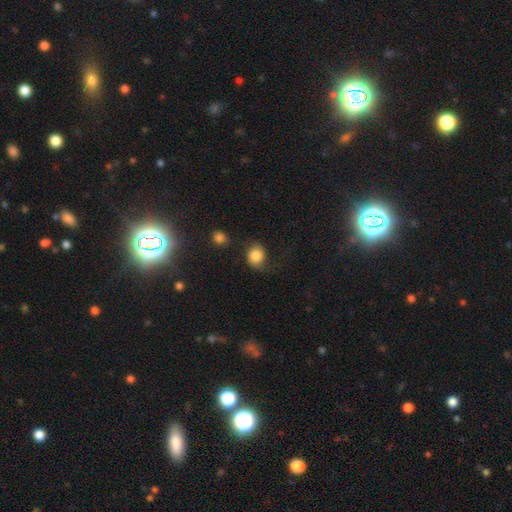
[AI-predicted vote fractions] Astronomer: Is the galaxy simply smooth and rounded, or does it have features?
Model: smooth — 75%.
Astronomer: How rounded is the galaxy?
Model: round — 69%.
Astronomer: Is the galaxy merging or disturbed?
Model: none — 52%.